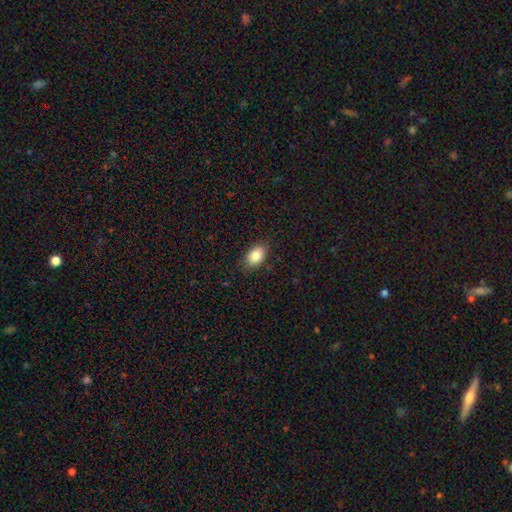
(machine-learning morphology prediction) Overall: smooth (85%). How rounded: in between (88%). Merging: none (86%).